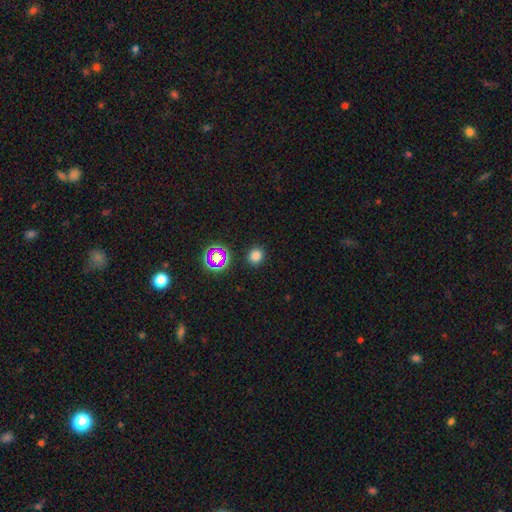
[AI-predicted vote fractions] smooth_or_featured: smooth (p=0.76) [alt: star or artifact p=0.19]
how_rounded: round (p=0.83) [alt: in between p=0.16]
merging: none (p=0.89) [alt: minor disturbance p=0.07]